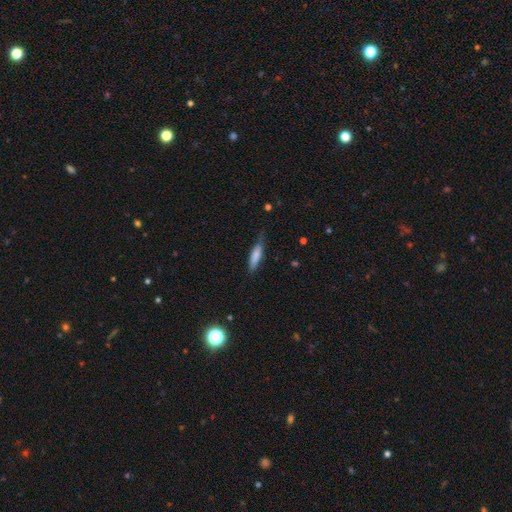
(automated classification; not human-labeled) smooth 73%, featured or disk 20%, star or artifact 7%. Down the decision tree: how rounded — cigar-shaped (71%); merging — none (60%).